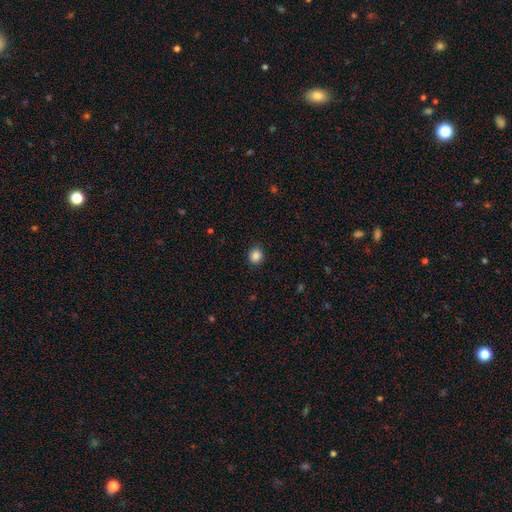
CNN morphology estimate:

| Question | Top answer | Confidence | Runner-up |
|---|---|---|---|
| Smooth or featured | smooth | 86% | star or artifact (10%) |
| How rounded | round | 81% | in between (18%) |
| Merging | none | 89% | minor disturbance (8%) |